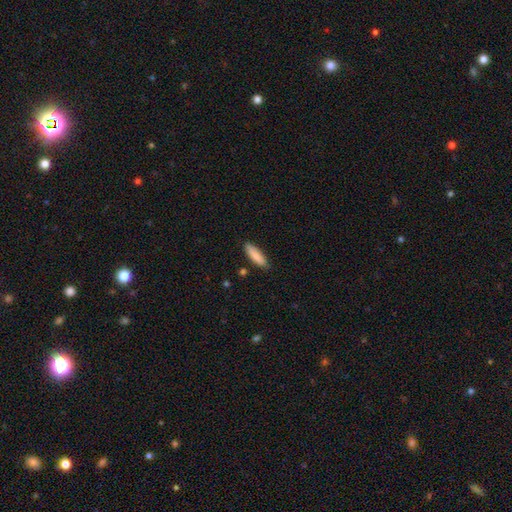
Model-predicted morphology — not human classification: This is clearly a smooth galaxy (86%). How rounded: possibly cigar-shaped (58%). Merging: clearly none (83%).